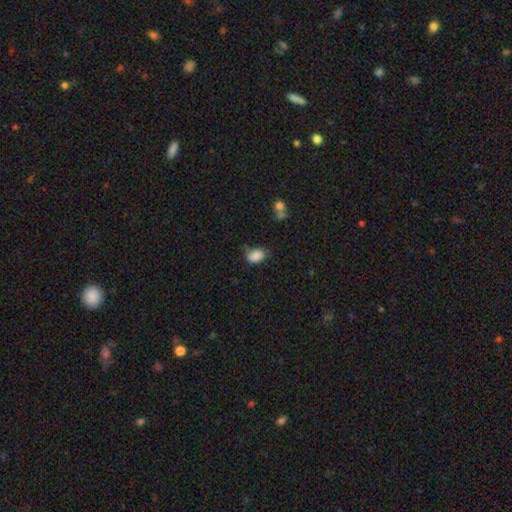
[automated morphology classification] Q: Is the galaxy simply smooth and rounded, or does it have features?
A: smooth — 86%.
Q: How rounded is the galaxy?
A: in between — 82%.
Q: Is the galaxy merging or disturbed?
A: none — 61%.